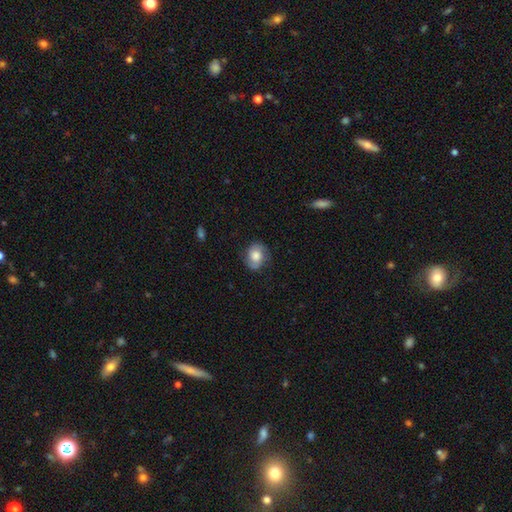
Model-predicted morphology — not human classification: Q: Smooth or featured?
A: smooth (47%); runner-up: featured or disk (45%)
Q: Merging?
A: none (76%); runner-up: minor disturbance (18%)